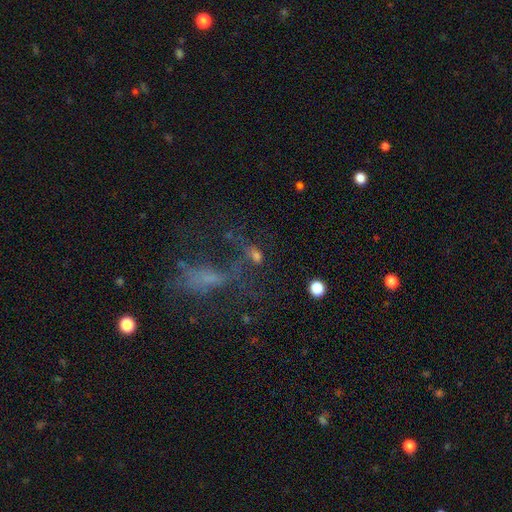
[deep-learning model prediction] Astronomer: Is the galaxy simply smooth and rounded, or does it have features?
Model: smooth — 44% (runner-up: star or artifact, 34%).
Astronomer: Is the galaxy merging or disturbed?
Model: none — 46% (runner-up: major disturbance, 24%).